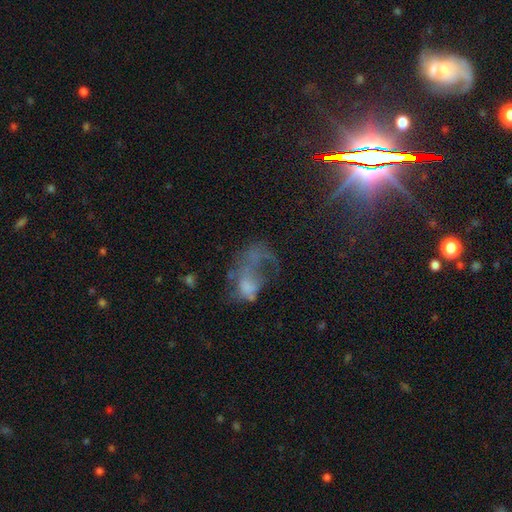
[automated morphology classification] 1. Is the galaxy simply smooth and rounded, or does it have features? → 50% featured or disk, 31% smooth, 19% star or artifact.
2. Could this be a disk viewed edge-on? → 96% no, 4% yes.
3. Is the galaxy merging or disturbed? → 56% major disturbance, 22% none, 13% minor disturbance, 9% merger.